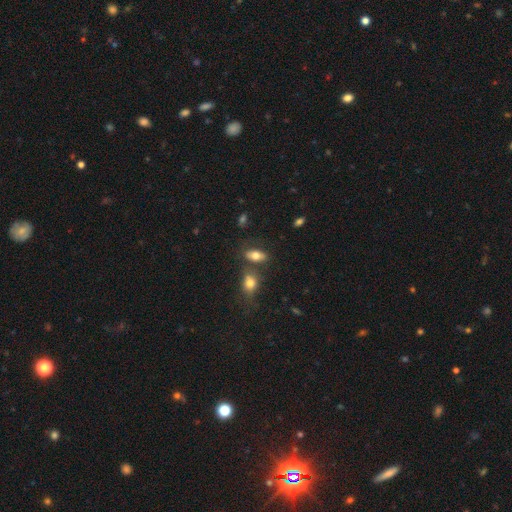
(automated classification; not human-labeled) Smooth or featured? smooth (74%)
How rounded? in between (86%)
Merging? none (65%)